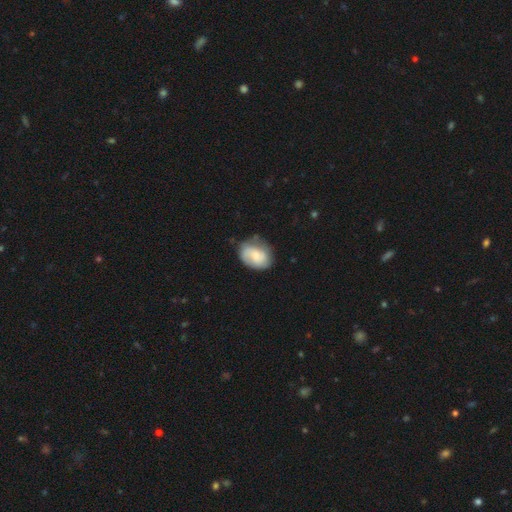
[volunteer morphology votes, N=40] smooth-or-featured: smooth: 62% | featured or disk: 35% | star or artifact: 2%
  how-rounded: in between: 72% | round: 28% | cigar-shaped: 0%
  merging: none: 72% | minor disturbance: 18% | major disturbance: 10% | merger: 0%